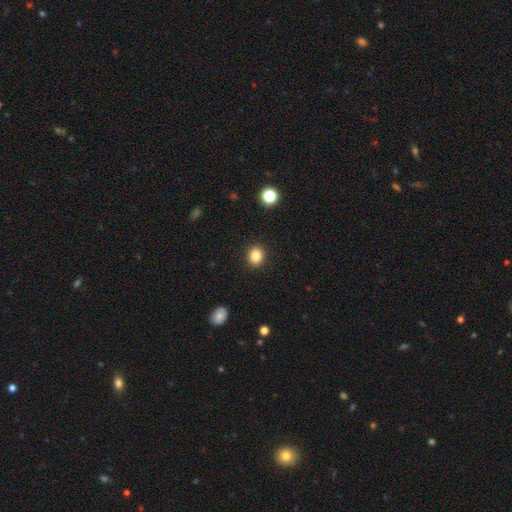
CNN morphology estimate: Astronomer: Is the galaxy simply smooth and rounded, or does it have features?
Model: smooth — 85%.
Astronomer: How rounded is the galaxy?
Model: round — 64%.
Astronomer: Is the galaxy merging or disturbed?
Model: none — 91%.